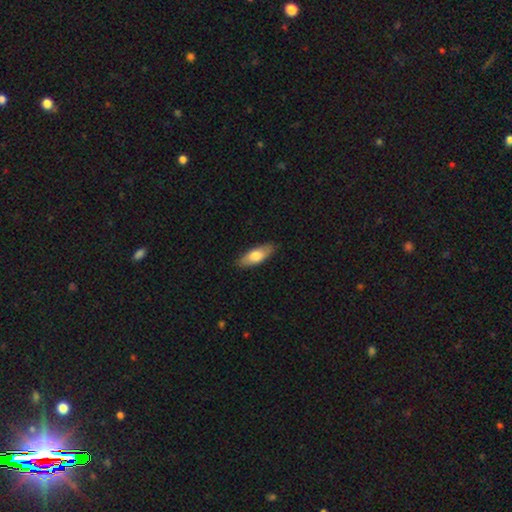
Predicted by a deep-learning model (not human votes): Smooth or featured: smooth — 71% (featured or disk — 23%)
How rounded: in between — 72% (cigar-shaped — 26%)
Merging: none — 86% (minor disturbance — 11%)